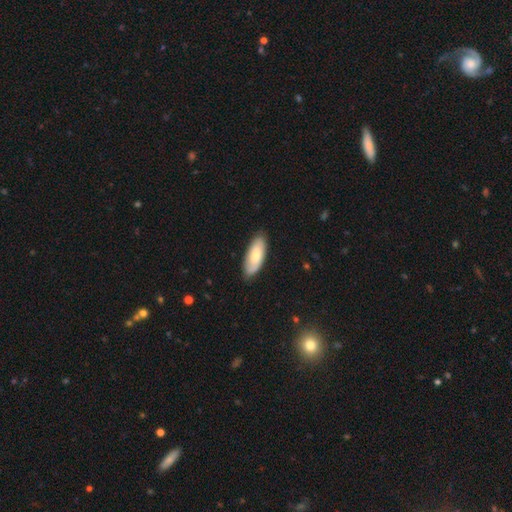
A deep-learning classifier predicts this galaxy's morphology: This appears to be a smooth galaxy with no disk features (73%) that is in between round and cigar-shaped (81%). Merging: none (84%).